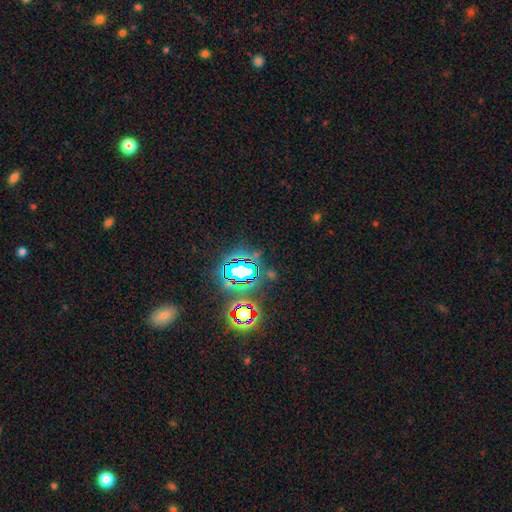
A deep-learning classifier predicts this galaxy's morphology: Smooth or featured? Predicted: star or artifact (p=0.78).